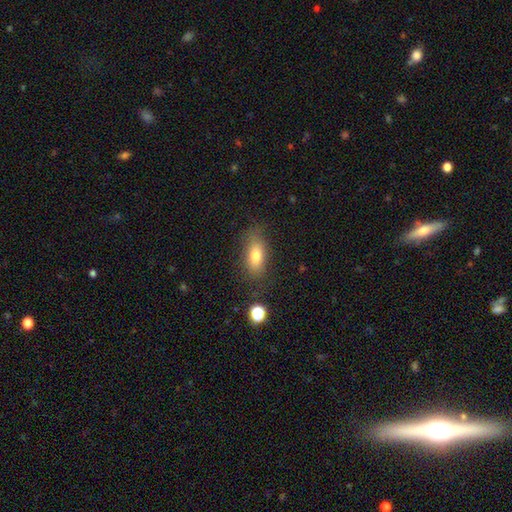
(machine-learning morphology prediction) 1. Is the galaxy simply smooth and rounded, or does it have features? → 77% smooth, 14% featured or disk, 10% star or artifact.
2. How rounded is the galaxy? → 81% in between, 12% cigar-shaped, 7% round.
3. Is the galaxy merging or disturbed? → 77% none, 16% minor disturbance, 5% major disturbance, 2% merger.